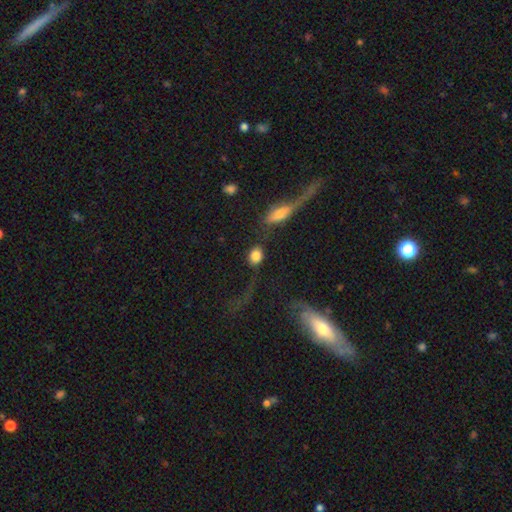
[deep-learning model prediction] Smooth or featured?
  - smooth: 81% *
  - featured or disk: 11%
  - star or artifact: 8%
How rounded?
  - in between: 54% *
  - round: 42%
  - cigar-shaped: 4%
Merging?
  - none: 51% *
  - minor disturbance: 17%
  - major disturbance: 16%
  - merger: 16%